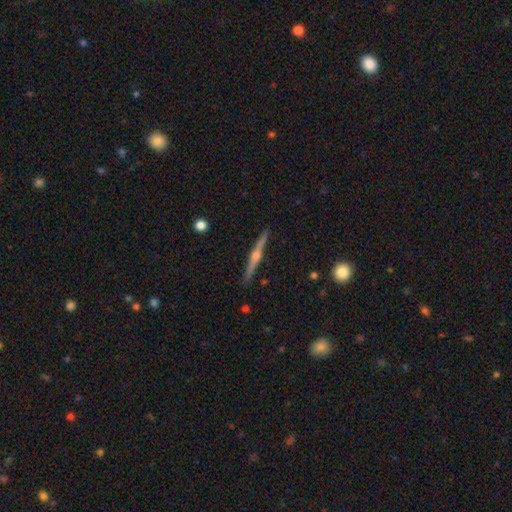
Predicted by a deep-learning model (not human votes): Q: Smooth or featured?
A: featured or disk (82%); runner-up: smooth (12%)
Q: Edge-on disk?
A: yes (98%); runner-up: no (2%)
Q: Edge-on bulge?
A: rounded (91%); runner-up: none (5%)
Q: Merging?
A: none (92%); runner-up: minor disturbance (6%)